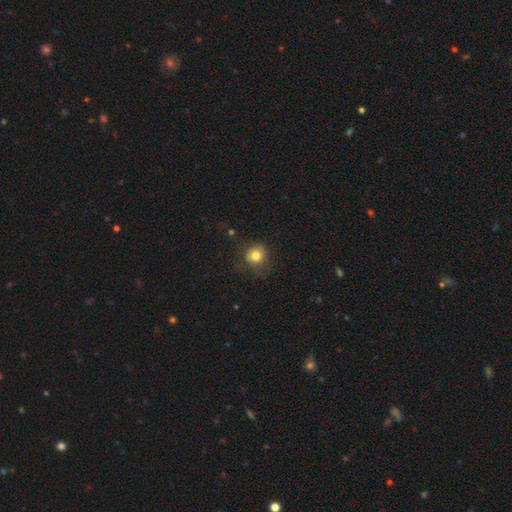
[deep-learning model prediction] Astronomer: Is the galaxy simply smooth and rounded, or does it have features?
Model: smooth — 80%.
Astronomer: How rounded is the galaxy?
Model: round — 81%.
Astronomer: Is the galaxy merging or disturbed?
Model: none — 68%.